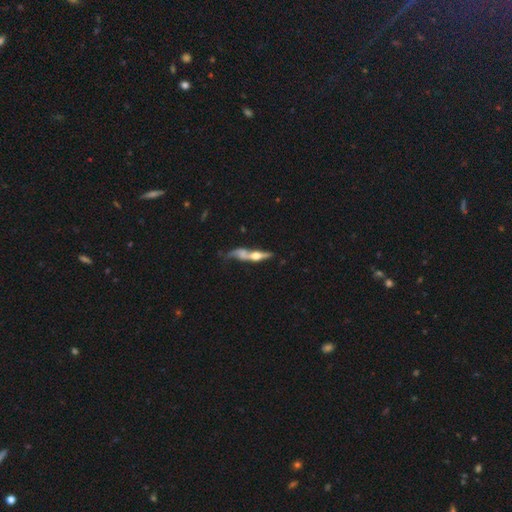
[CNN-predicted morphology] Smooth or featured?
  - featured or disk: 64% *
  - smooth: 29%
  - star or artifact: 7%
Edge-on disk?
  - yes: 82% *
  - no: 18%
Edge-on bulge?
  - rounded: 88% *
  - boxy: 7%
  - none: 5%
Merging?
  - none: 36% *
  - merger: 30%
  - minor disturbance: 18%
  - major disturbance: 15%